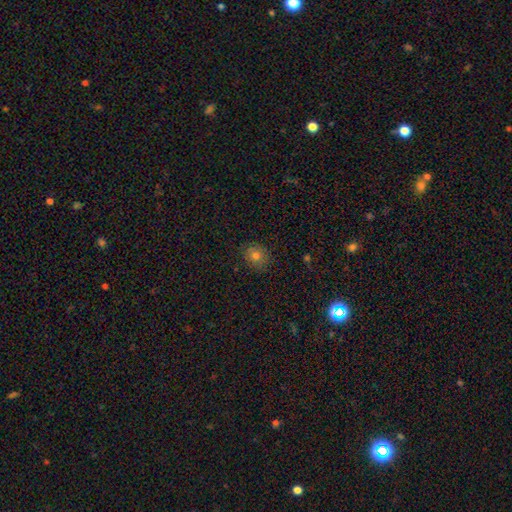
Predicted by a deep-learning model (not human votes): smooth_or_featured: smooth (p=0.75) [alt: star or artifact p=0.15]
how_rounded: round (p=0.68) [alt: in between p=0.31]
merging: none (p=0.84) [alt: minor disturbance p=0.12]